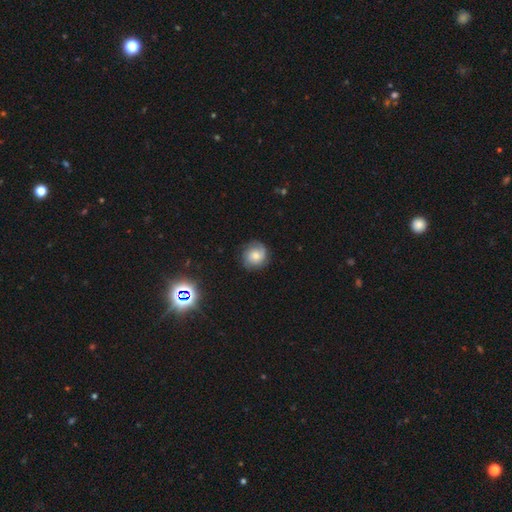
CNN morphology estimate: A smooth galaxy with no disk features (49%). Merging: none (80%).